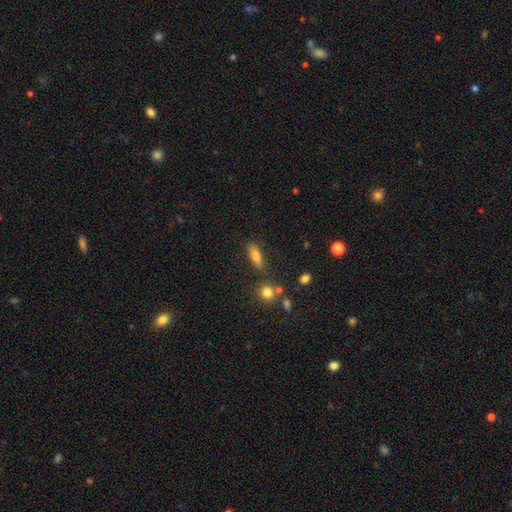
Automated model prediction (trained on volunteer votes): smooth-or-featured: smooth: 74% | featured or disk: 14% | star or artifact: 12%
  how-rounded: in between: 53% | cigar-shaped: 42% | round: 5%
  merging: none: 78% | minor disturbance: 13% | merger: 5% | major disturbance: 4%